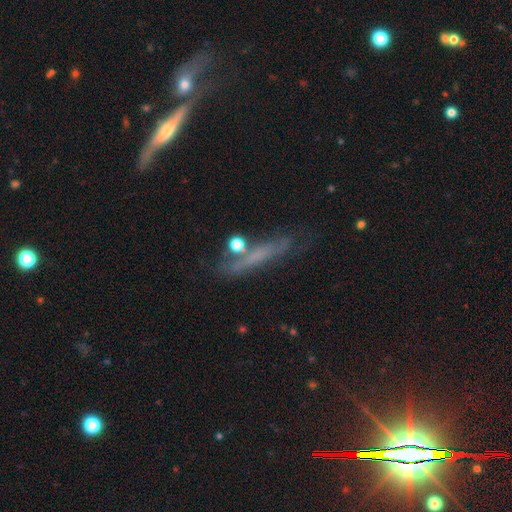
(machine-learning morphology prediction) type=featured or disk (43%); merging=none (61%).